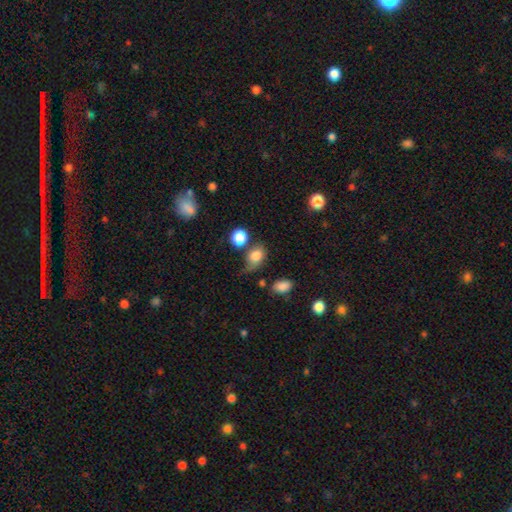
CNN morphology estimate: The model was most divided on "merging": none: 46%, minor disturbance: 29%, major disturbance: 13%, merger: 12%. More confident: smooth or featured — smooth (81%); how rounded — in between (68%).